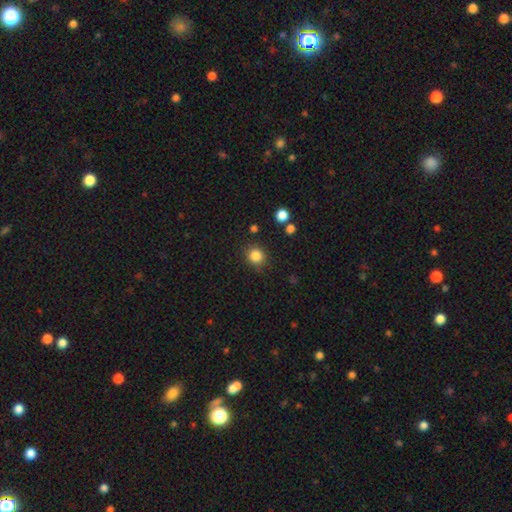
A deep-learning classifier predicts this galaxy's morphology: This is clearly a smooth galaxy (84%). How rounded: clearly round (87%). Merging: clearly none (85%).